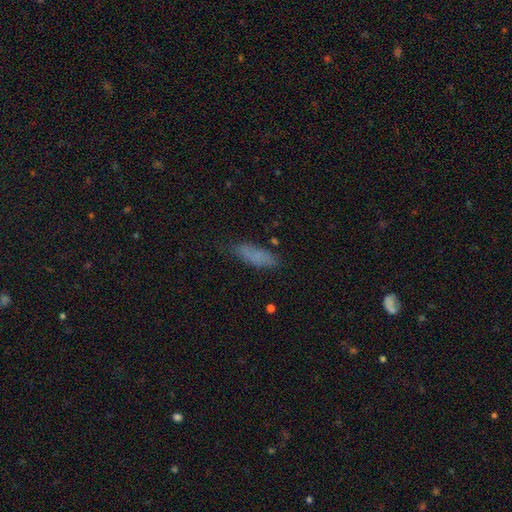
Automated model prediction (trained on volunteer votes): smooth 76%, featured or disk 14%, star or artifact 10%. Down the decision tree: how rounded — in between (49%, tied with cigar-shaped); merging — none (68%).